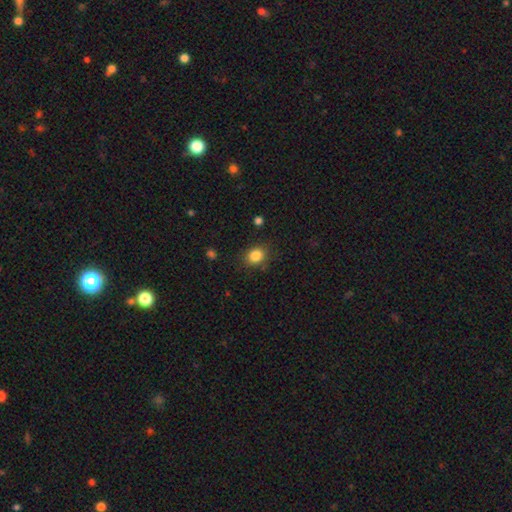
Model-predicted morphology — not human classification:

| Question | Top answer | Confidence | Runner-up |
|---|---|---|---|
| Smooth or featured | smooth | 85% | star or artifact (11%) |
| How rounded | round | 57% | in between (42%) |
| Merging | none | 82% | minor disturbance (13%) |